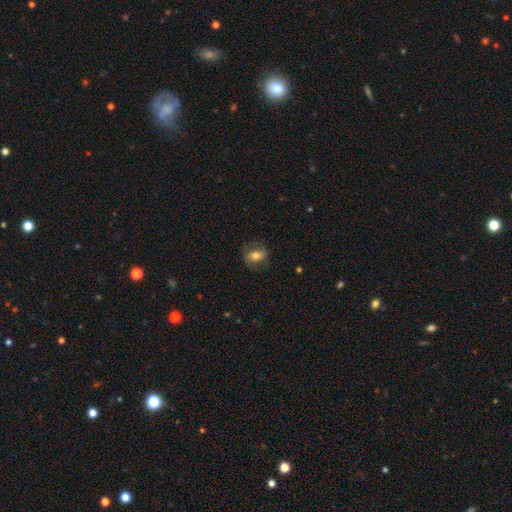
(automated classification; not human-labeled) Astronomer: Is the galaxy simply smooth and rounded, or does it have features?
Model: smooth — 60%.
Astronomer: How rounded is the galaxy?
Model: in between — 59% (runner-up: round, 38%).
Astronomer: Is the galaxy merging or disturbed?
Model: none — 74%.